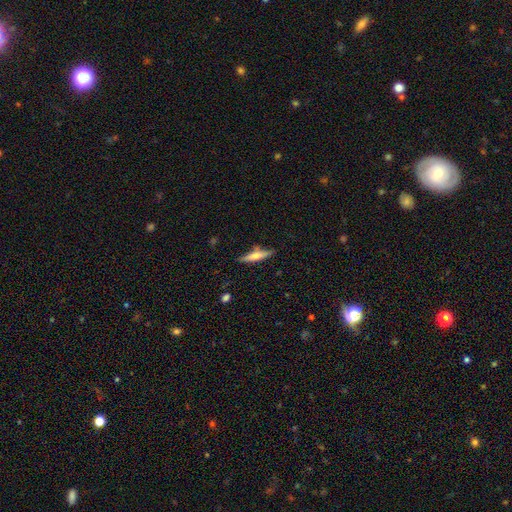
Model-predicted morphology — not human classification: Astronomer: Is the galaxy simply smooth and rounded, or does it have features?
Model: smooth — 50% (runner-up: featured or disk, 44%).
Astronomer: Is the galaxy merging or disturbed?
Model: none — 79%.